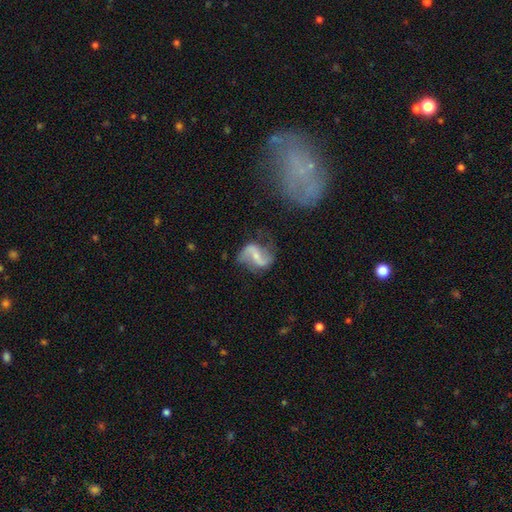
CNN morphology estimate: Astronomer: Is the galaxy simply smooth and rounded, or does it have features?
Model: featured or disk — 85%.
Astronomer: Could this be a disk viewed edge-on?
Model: no — 97%.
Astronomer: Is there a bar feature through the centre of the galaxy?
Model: weak — 42% (runner-up: strong, 37%).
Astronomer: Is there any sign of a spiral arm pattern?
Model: yes — 95%.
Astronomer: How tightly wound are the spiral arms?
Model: loose — 65%.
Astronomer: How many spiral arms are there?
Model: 2 — 92%.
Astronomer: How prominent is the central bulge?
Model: small — 56%.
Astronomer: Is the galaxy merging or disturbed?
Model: none — 67%.